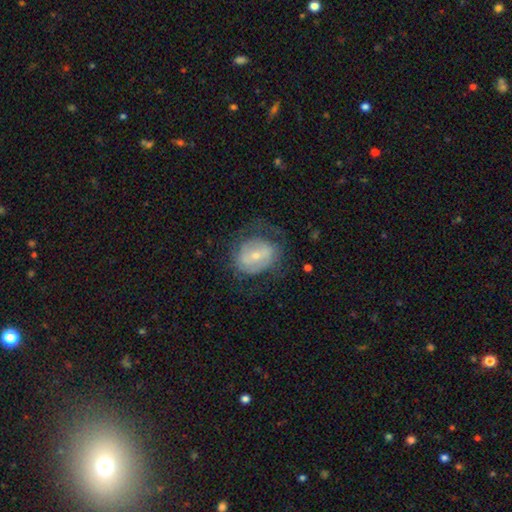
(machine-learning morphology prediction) type=featured or disk (57%); edge-on=no (95%); bar=weak (43%); spiral arms=yes (53%); bulge=small (53%); merging=none (57%).